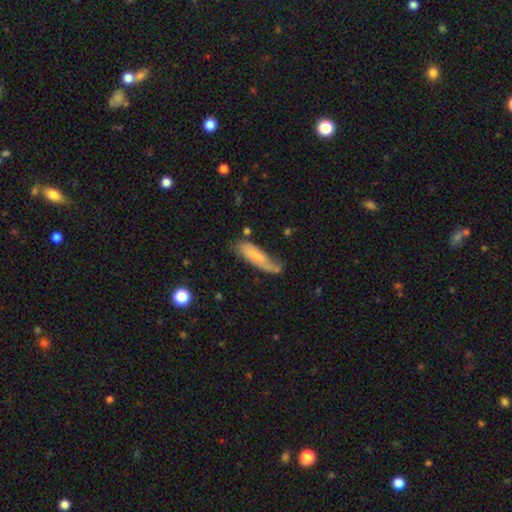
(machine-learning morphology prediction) Smooth or featured? smooth (64%)
How rounded? cigar-shaped (62%)
Merging? none (50%)